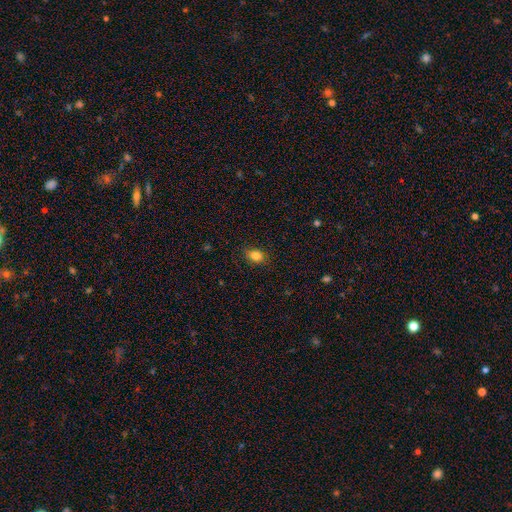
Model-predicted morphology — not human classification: Smooth or featured?
  - smooth: 84% *
  - star or artifact: 10%
  - featured or disk: 6%
How rounded?
  - in between: 69% *
  - round: 30%
  - cigar-shaped: 1%
Merging?
  - none: 86% *
  - minor disturbance: 11%
  - major disturbance: 3%
  - merger: 1%